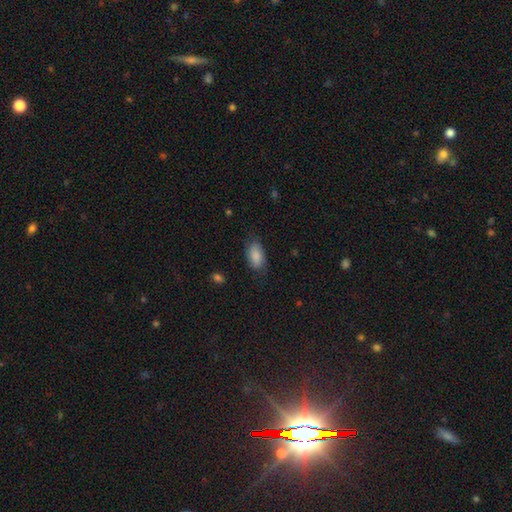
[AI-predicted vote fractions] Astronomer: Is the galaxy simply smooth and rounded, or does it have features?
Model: smooth — 84%.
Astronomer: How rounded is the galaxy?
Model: in between — 93%.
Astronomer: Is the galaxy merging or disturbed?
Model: none — 73%.